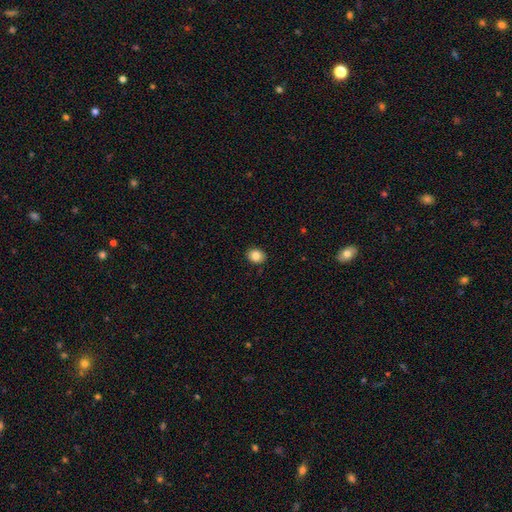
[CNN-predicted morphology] A smooth galaxy with no disk features (85%) that is round (50%). Merging: none (90%).